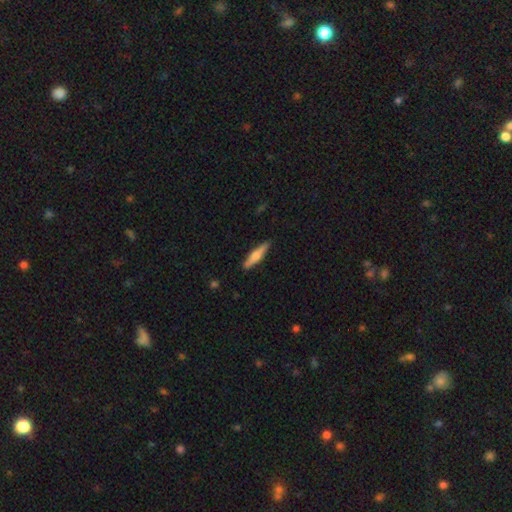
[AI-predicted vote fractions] Overall: smooth (50%; featured or disk 45%). Merging: none (89%).